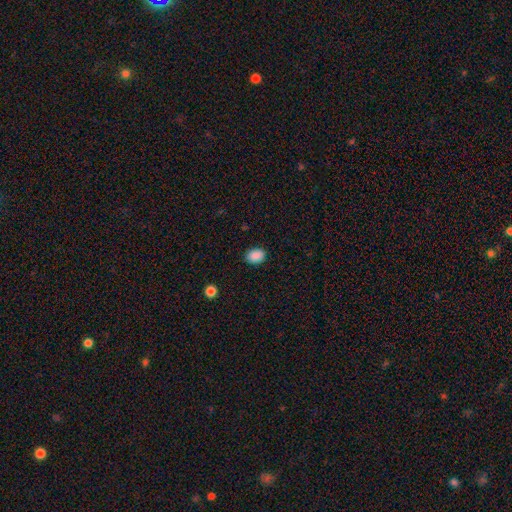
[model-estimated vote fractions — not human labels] The model was most divided on "how rounded": in between: 67%, round: 32%, cigar-shaped: 1%. More confident: smooth or featured — smooth (89%); merging — none (87%).